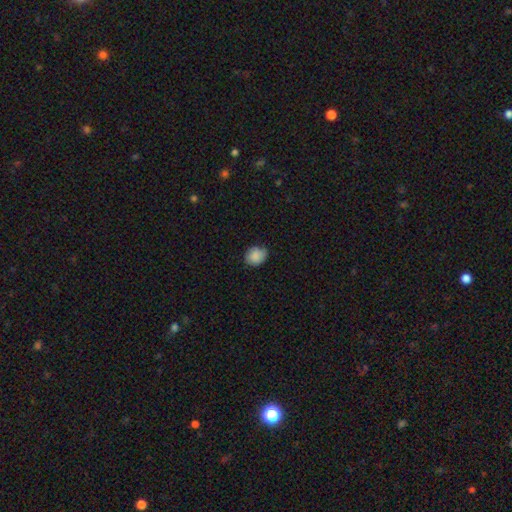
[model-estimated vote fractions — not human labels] This is clearly a smooth galaxy (85%). How rounded: likely round (67%). Merging: likely none (71%).